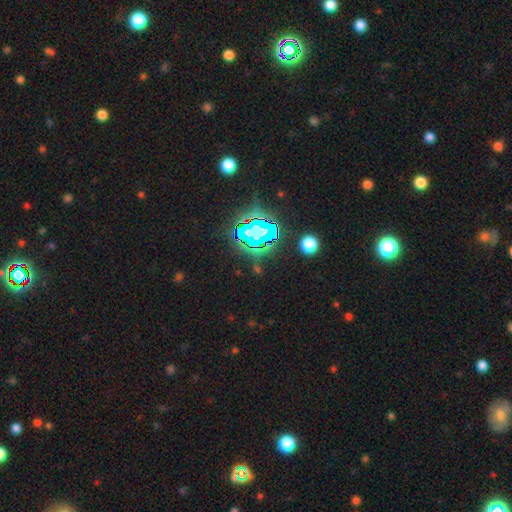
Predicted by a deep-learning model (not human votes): A star or artifact, not a galaxy (76%).

Vote fractions:
- Smooth or featured? star or artifact: 76% / smooth: 15% / featured or disk: 10%